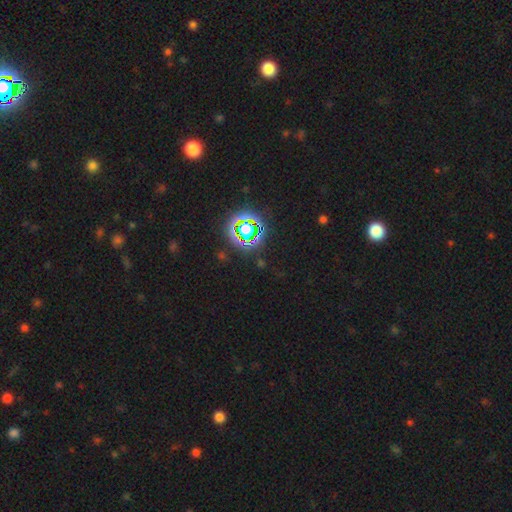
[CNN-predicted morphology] This is likely a star or artifact rather than a galaxy (78%).